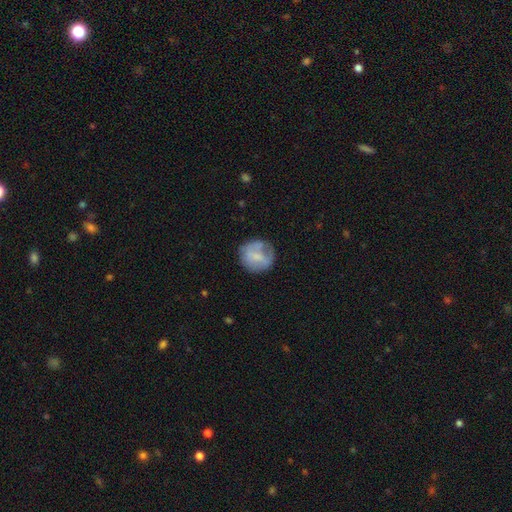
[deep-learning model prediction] The model was most divided on "smooth or featured": smooth: 61%, featured or disk: 31%, star or artifact: 8%. More confident: how rounded — round (86%); merging — none (66%).